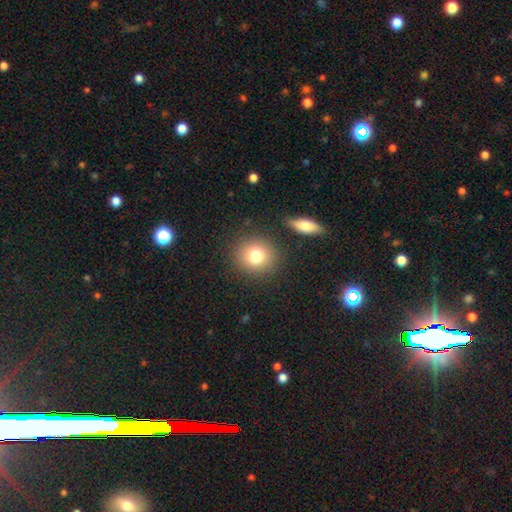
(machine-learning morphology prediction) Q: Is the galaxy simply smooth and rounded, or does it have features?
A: smooth — 79%.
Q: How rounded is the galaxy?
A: round — 85%.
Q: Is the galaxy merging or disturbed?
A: none — 85%.